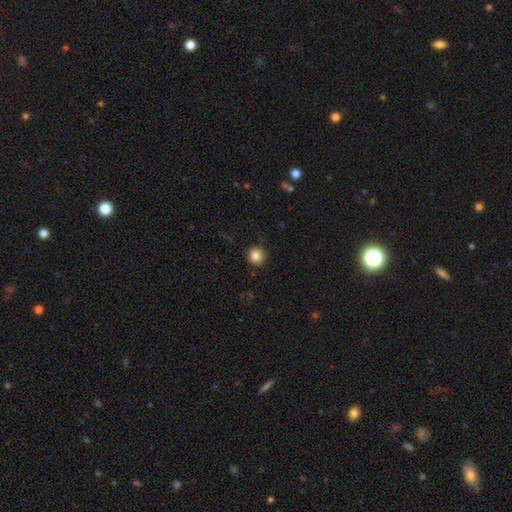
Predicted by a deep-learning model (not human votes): Q: Smooth or featured?
A: smooth (86%); runner-up: star or artifact (10%)
Q: How rounded?
A: round (95%); runner-up: in between (4%)
Q: Merging?
A: none (91%); runner-up: minor disturbance (6%)